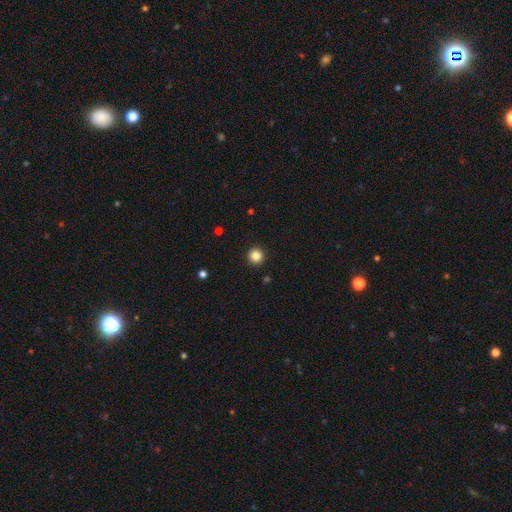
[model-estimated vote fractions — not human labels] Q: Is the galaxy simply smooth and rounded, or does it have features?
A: smooth — 85%.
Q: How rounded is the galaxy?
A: round — 96%.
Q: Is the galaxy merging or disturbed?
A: none — 93%.